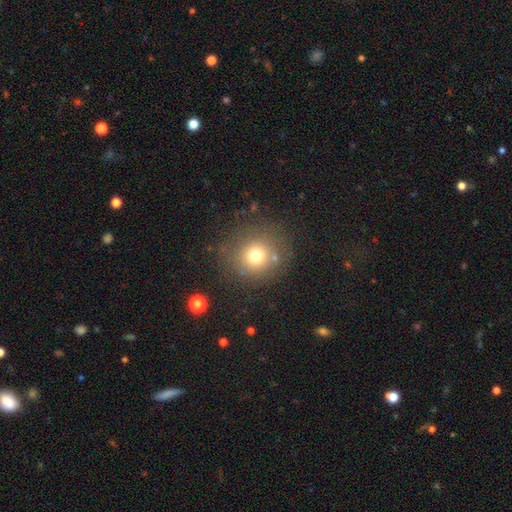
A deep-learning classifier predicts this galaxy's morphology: smooth-or-featured: smooth: 71% | star or artifact: 16% | featured or disk: 13%
  how-rounded: round: 91% | in between: 8% | cigar-shaped: 1%
  merging: none: 80% | minor disturbance: 10% | major disturbance: 6% | merger: 4%